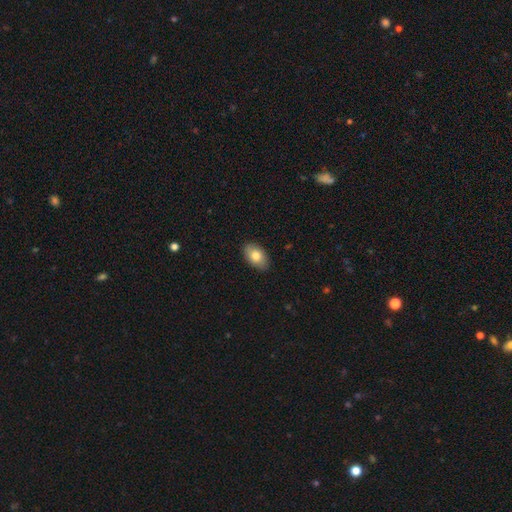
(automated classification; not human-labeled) Q: Smooth or featured?
A: smooth (79%); runner-up: featured or disk (14%)
Q: How rounded?
A: in between (91%); runner-up: round (7%)
Q: Merging?
A: none (88%); runner-up: minor disturbance (10%)